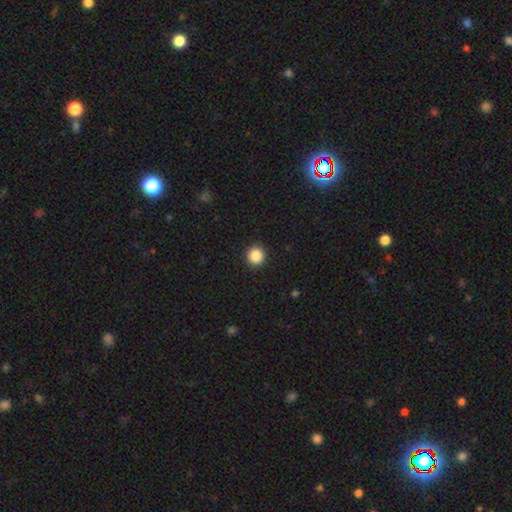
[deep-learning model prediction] Overall: smooth (86%). How rounded: round (95%). Merging: none (93%).